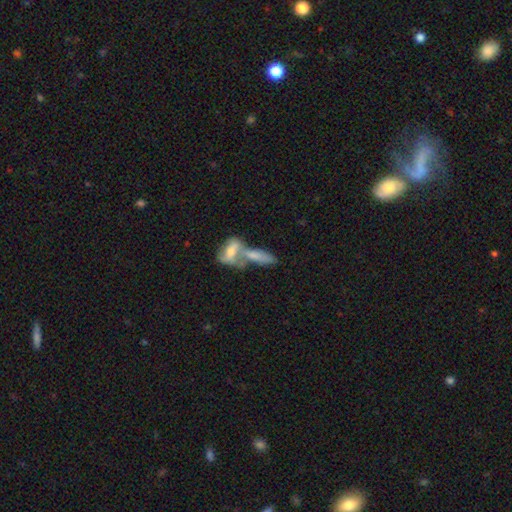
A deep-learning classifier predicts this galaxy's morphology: type=smooth (61%); roundness=in between (56%); merging=merger (64%).